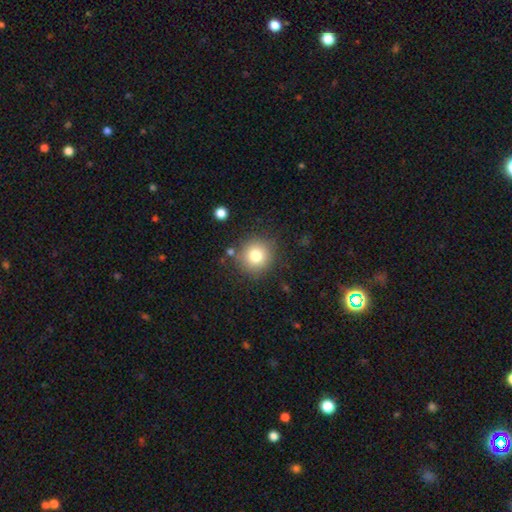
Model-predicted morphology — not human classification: A smooth galaxy with no disk features (78%) that is round (93%).

Vote fractions:
- Smooth or featured? smooth: 78% / star or artifact: 14% / featured or disk: 8%
- How rounded? round: 93% / in between: 6% / cigar-shaped: 1%
- Merging? none: 87% / minor disturbance: 7% / merger: 3% / major disturbance: 2%